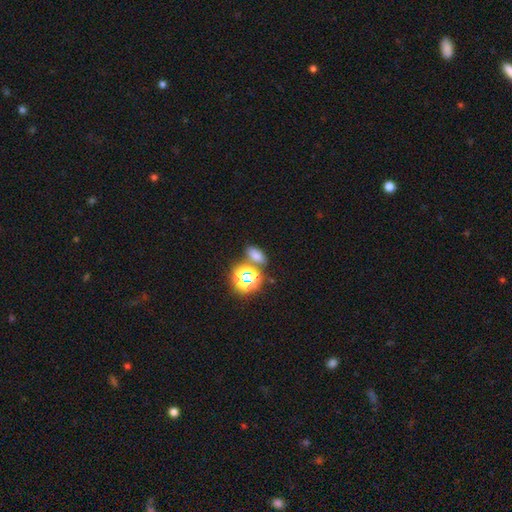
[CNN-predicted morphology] smooth_or_featured: smooth (p=0.65) [alt: star or artifact p=0.27]
how_rounded: in between (p=0.77) [alt: round p=0.18]
merging: none (p=0.70) [alt: merger p=0.15]